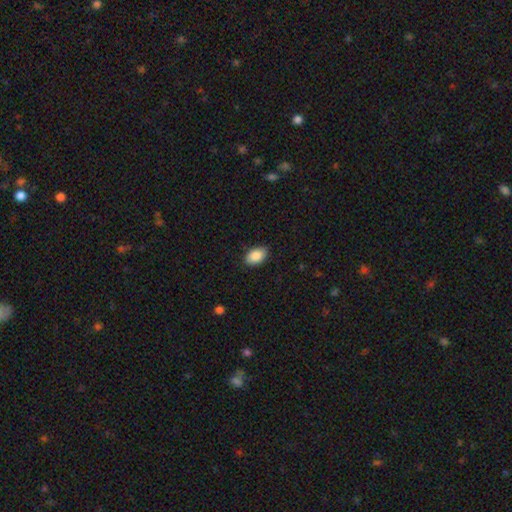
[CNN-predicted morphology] Overall: smooth (89%). How rounded: in between (92%). Merging: none (86%).